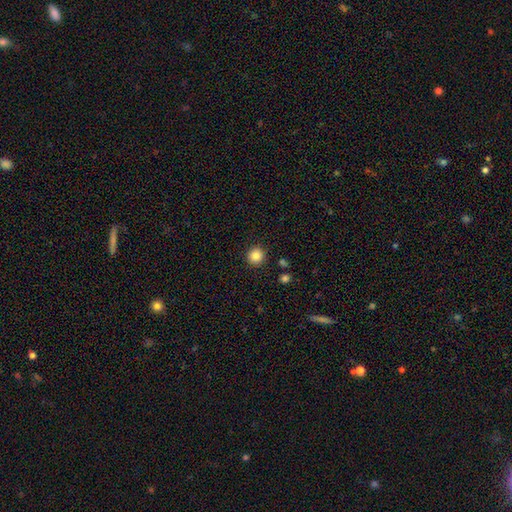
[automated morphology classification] The model was most divided on "smooth or featured": smooth: 86%, star or artifact: 10%, featured or disk: 4%. More confident: how rounded — round (94%); merging — none (92%).